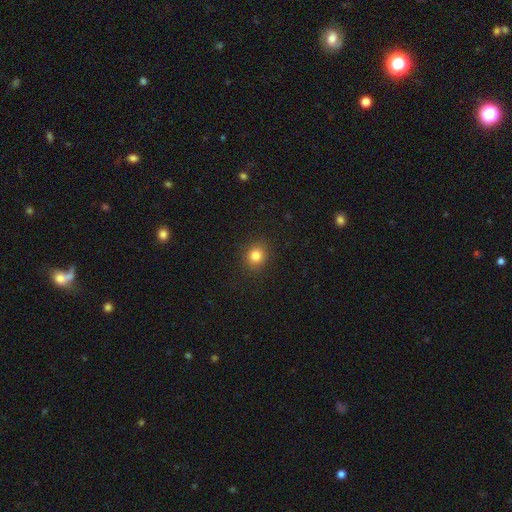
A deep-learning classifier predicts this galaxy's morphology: Overall: smooth (83%). How rounded: round (79%). Merging: none (89%).